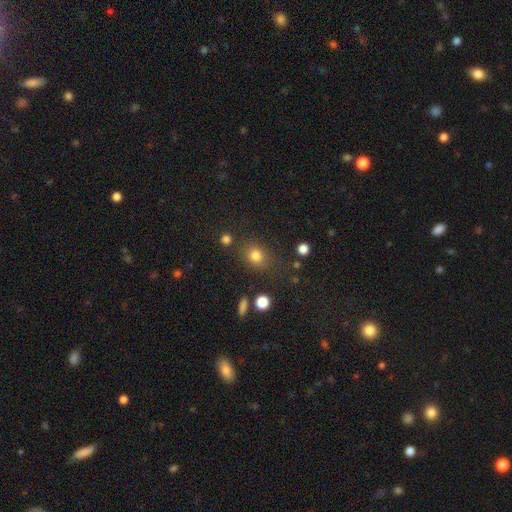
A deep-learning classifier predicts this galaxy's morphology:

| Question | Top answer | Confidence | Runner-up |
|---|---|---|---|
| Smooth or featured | smooth | 80% | star or artifact (14%) |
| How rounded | round | 64% | in between (35%) |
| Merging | none | 74% | minor disturbance (14%) |